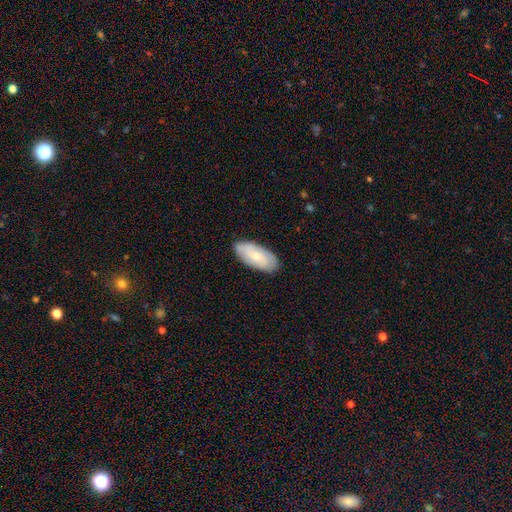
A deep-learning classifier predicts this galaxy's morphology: type=smooth (55%); roundness=in between (89%); merging=none (84%).